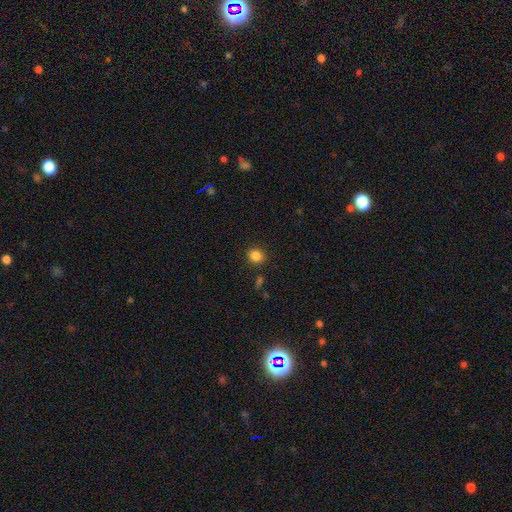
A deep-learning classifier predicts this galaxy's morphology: Smooth or featured?
  - smooth: 84% *
  - star or artifact: 11%
  - featured or disk: 4%
How rounded?
  - round: 79% *
  - in between: 20%
  - cigar-shaped: 1%
Merging?
  - none: 89% *
  - minor disturbance: 7%
  - merger: 2%
  - major disturbance: 2%